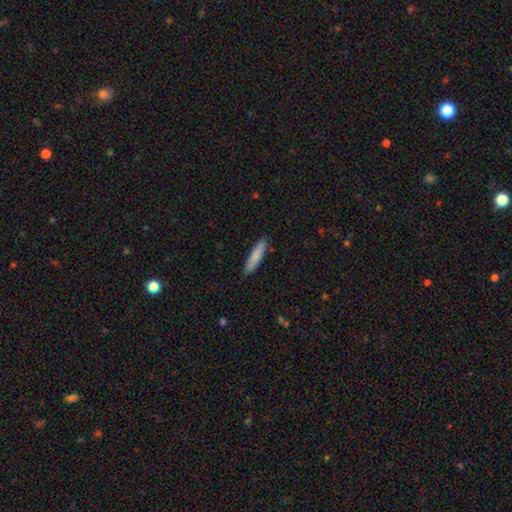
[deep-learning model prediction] This appears to be a smooth galaxy with no disk features (81%) that is cigar-shaped (87%). Merging: none (88%).